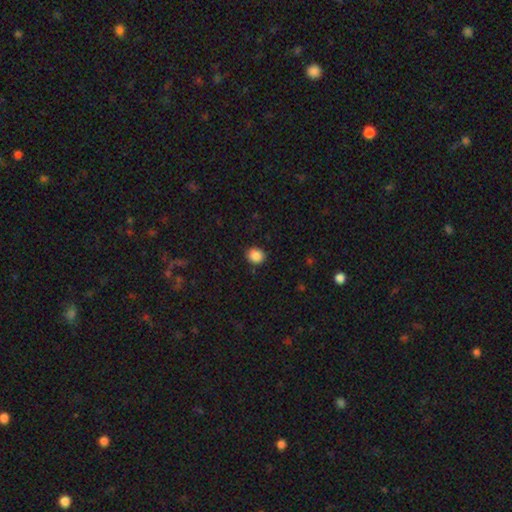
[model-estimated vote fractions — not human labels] smooth_or_featured: smooth (p=0.87) [alt: star or artifact p=0.09]
how_rounded: round (p=0.75) [alt: in between p=0.24]
merging: none (p=0.89) [alt: minor disturbance p=0.08]